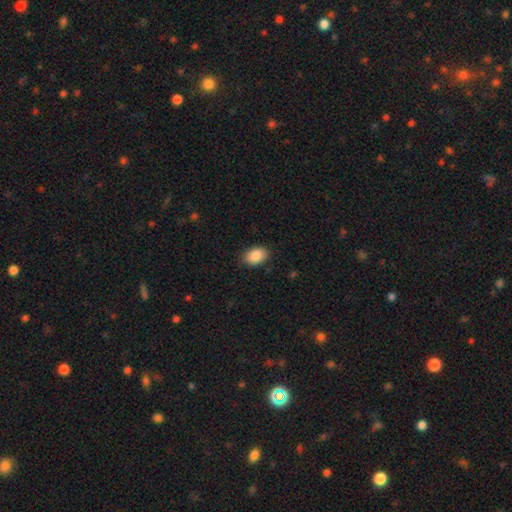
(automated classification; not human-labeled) A smooth galaxy with no disk features (88%) that is in between round and cigar-shaped (87%).

Vote fractions:
- Smooth or featured? smooth: 88% / star or artifact: 7% / featured or disk: 5%
- How rounded? in between: 87% / round: 12% / cigar-shaped: 1%
- Merging? none: 87% / minor disturbance: 10% / major disturbance: 2% / merger: 1%